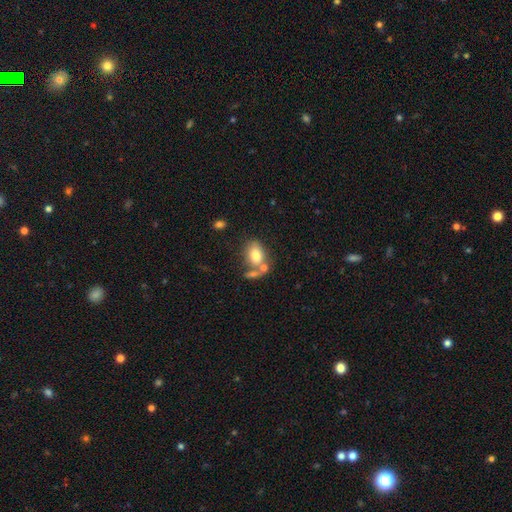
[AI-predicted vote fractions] Morphology: type=smooth (78%); roundness=in between (82%); merging=none (46%).